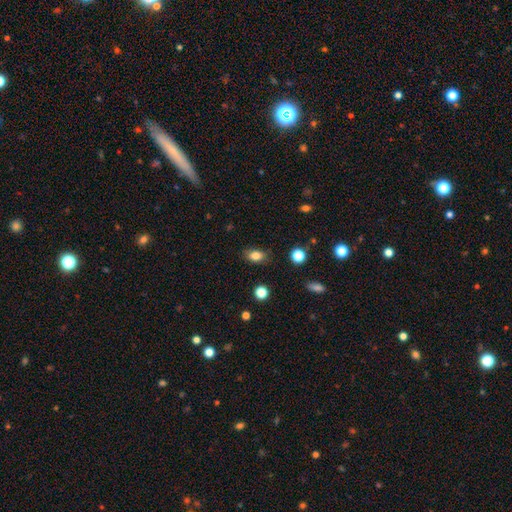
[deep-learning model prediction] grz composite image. It shows a smooth galaxy with no disk features (83%) that is in between round and cigar-shaped (81%). Merging: none (84%).